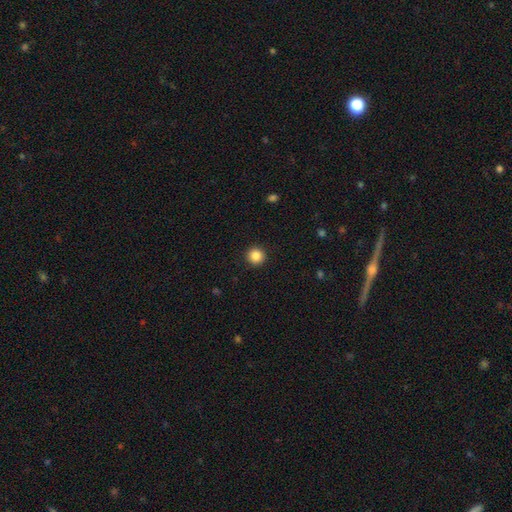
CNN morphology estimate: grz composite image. It shows a smooth galaxy with no disk features (86%) that is round (95%). Merging: none (92%).